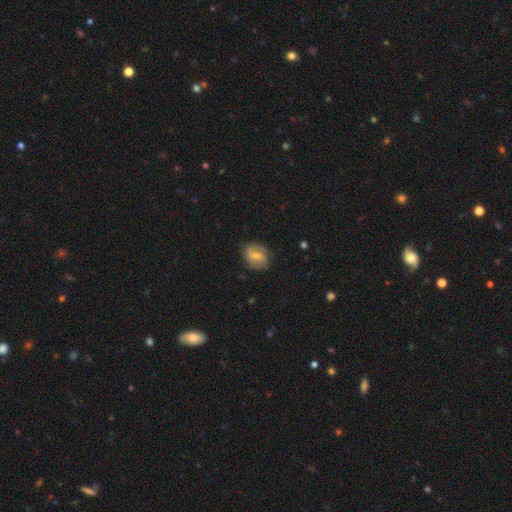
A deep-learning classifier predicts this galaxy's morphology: A featured or disk galaxy (56%) with a weak bar (53%), spiral arms (84%) and a small central bulge (53%). Merging: none (76%).